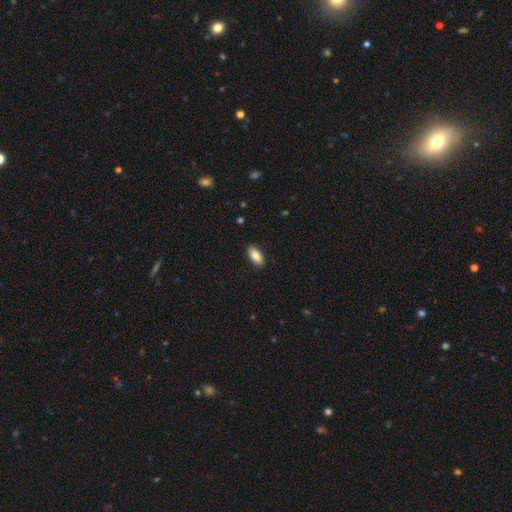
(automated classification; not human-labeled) The model was most divided on "smooth or featured": smooth: 86%, featured or disk: 8%, star or artifact: 6%. More confident: merging — none (89%); how rounded — in between (88%).